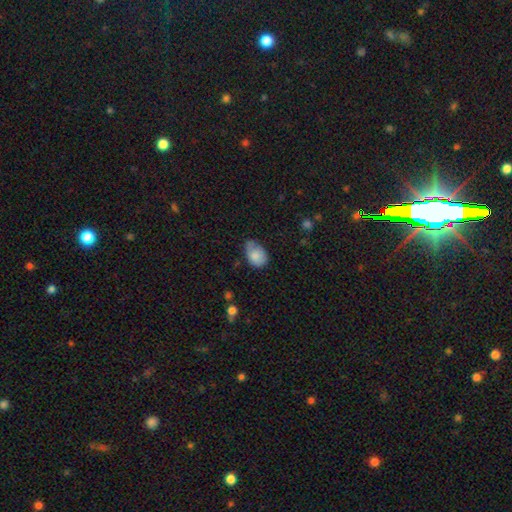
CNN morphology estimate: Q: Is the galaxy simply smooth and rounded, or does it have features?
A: smooth — 79%.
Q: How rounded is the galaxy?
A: in between — 83%.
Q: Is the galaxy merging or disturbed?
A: none — 44%.